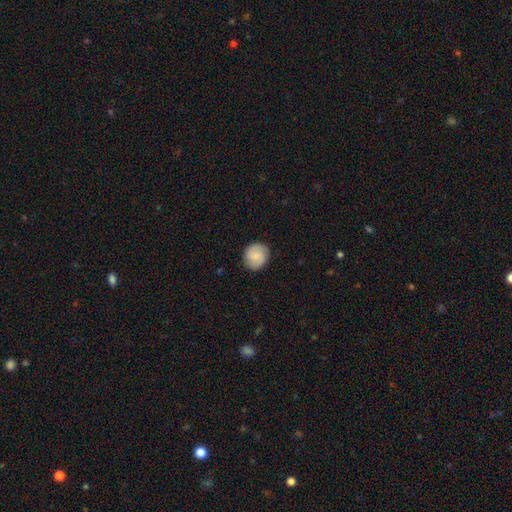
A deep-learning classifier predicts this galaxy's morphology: The model was most divided on "smooth or featured": smooth: 60%, featured or disk: 33%, star or artifact: 7%. More confident: merging — none (87%); how rounded — round (82%).